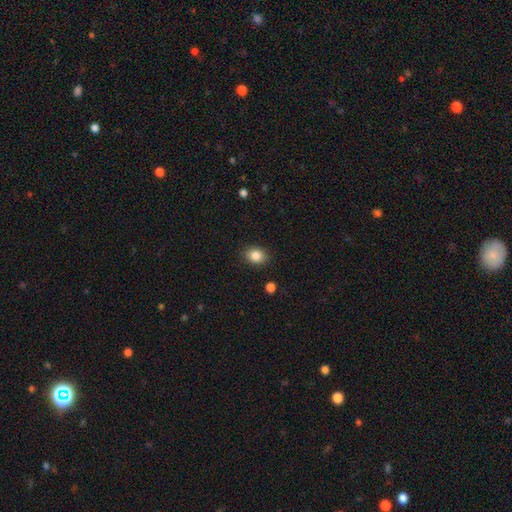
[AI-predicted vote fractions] Q: Smooth or featured?
A: smooth (85%); runner-up: star or artifact (9%)
Q: How rounded?
A: in between (59%); runner-up: round (40%)
Q: Merging?
A: none (87%); runner-up: minor disturbance (9%)